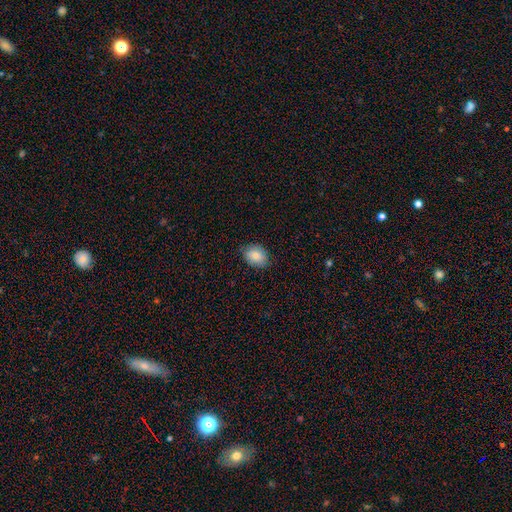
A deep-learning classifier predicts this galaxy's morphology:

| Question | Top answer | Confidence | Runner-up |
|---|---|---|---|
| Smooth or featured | smooth | 82% | featured or disk (10%) |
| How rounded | in between | 63% | round (36%) |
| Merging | none | 83% | minor disturbance (14%) |